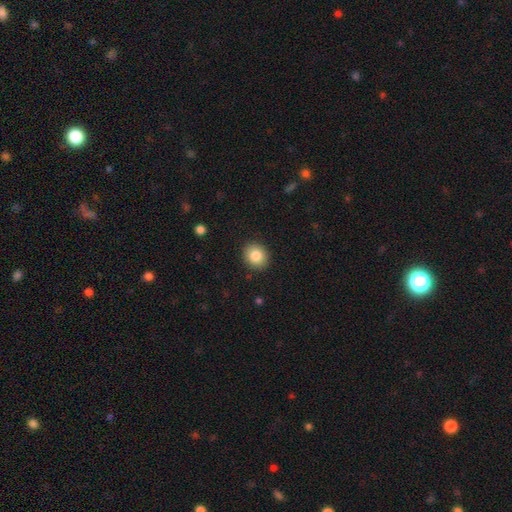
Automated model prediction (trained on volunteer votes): Overall: smooth (84%). How rounded: round (73%). Merging: none (90%).